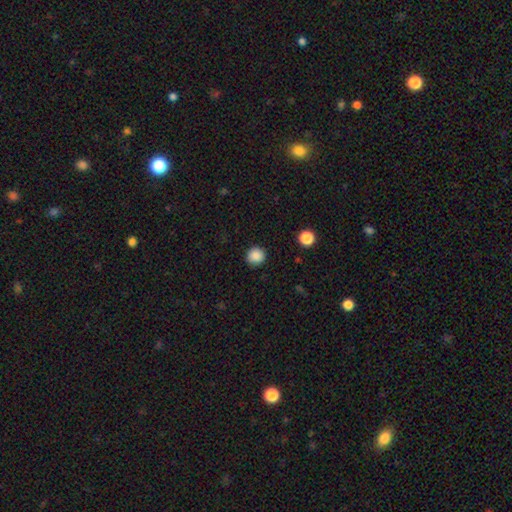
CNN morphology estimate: smooth-or-featured: smooth: 87% | star or artifact: 10% | featured or disk: 3%
  how-rounded: round: 91% | in between: 8% | cigar-shaped: 1%
  merging: none: 90% | minor disturbance: 7% | major disturbance: 2% | merger: 1%